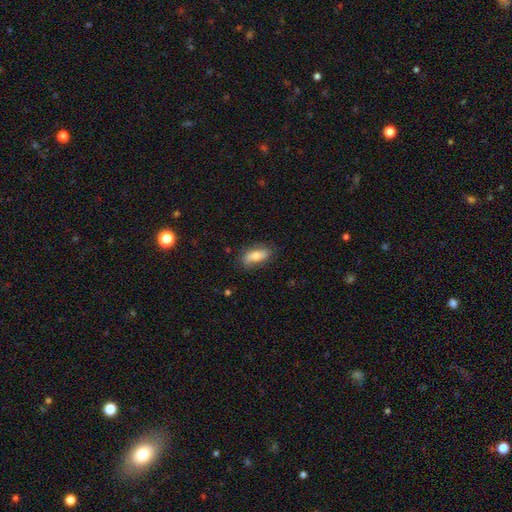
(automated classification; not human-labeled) This is likely a smooth galaxy (67%). How rounded: clearly in between (82%). Merging: likely none (76%).